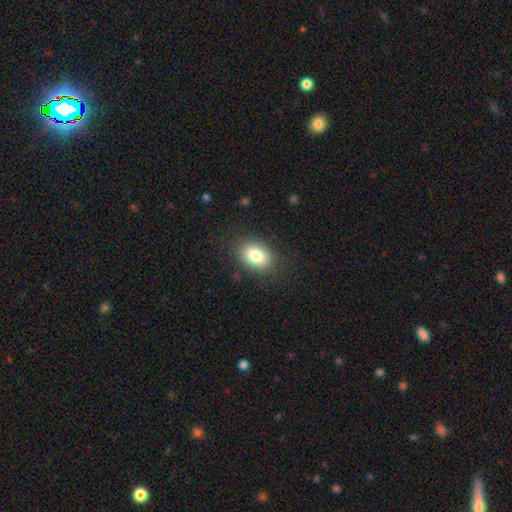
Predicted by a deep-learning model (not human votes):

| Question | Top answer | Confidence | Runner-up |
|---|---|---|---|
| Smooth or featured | smooth | 82% | featured or disk (9%) |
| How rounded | in between | 76% | round (23%) |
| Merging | none | 84% | minor disturbance (11%) |